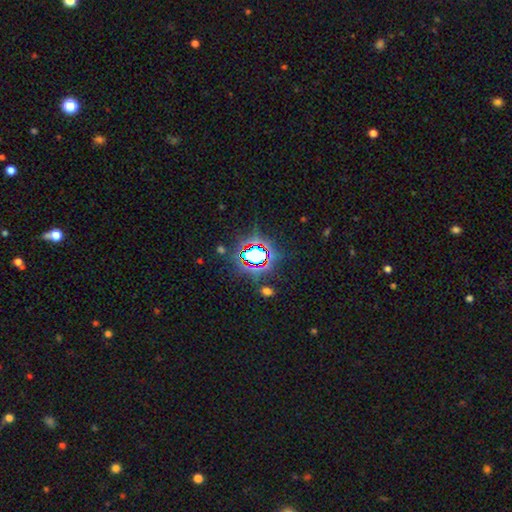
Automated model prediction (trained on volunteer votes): Smooth or featured? Predicted: star or artifact (p=0.70).